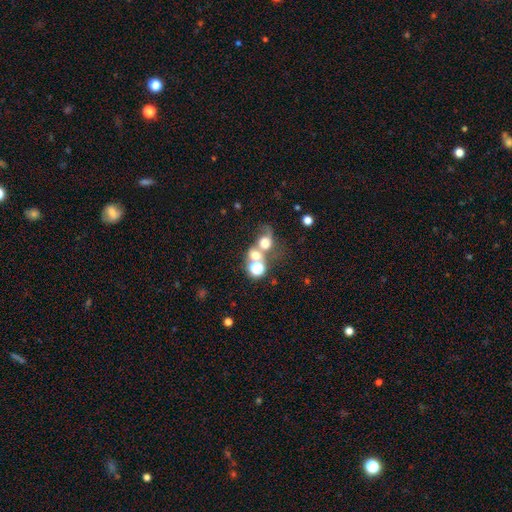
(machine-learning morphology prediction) Smooth or featured: smooth — 54% (featured or disk — 25%)
How rounded: round — 68% (in between — 31%)
Merging: merger — 53% (none — 27%)